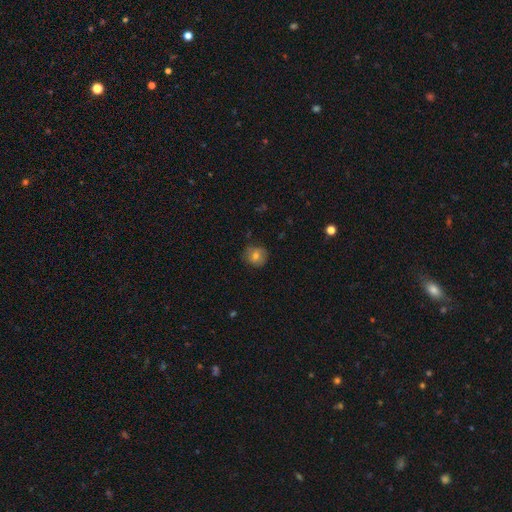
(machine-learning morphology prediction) Q: Smooth or featured?
A: smooth (70%); runner-up: featured or disk (20%)
Q: How rounded?
A: round (84%); runner-up: in between (15%)
Q: Merging?
A: none (77%); runner-up: minor disturbance (18%)